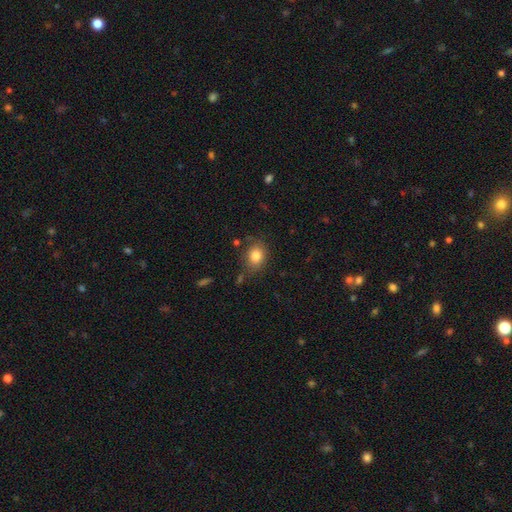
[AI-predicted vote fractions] smooth-or-featured: smooth: 83% | star or artifact: 9% | featured or disk: 8%
  how-rounded: in between: 54% | round: 45% | cigar-shaped: 1%
  merging: none: 77% | minor disturbance: 16% | major disturbance: 4% | merger: 3%